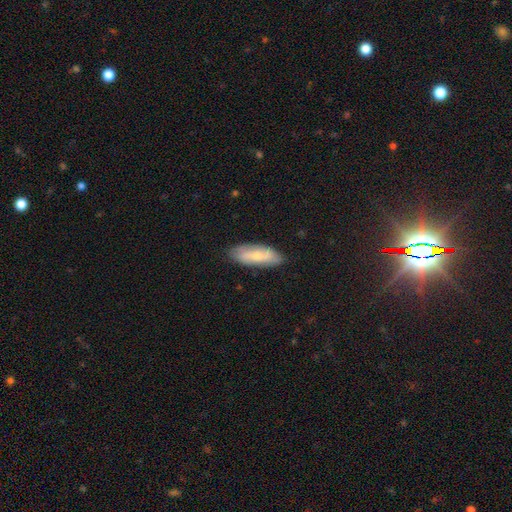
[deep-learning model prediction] The model was most divided on "smooth or featured": smooth: 61%, featured or disk: 34%, star or artifact: 6%. More confident: merging — none (81%); how rounded — in between (70%).